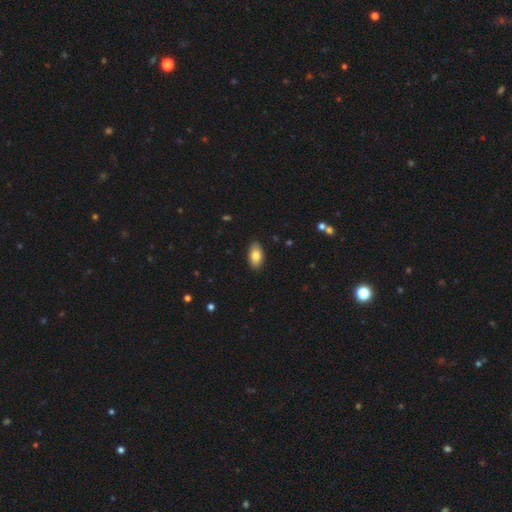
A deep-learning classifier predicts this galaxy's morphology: smooth_or_featured: smooth (p=0.81) [alt: featured or disk p=0.12]
how_rounded: in between (p=0.93) [alt: round p=0.04]
merging: none (p=0.89) [alt: minor disturbance p=0.08]